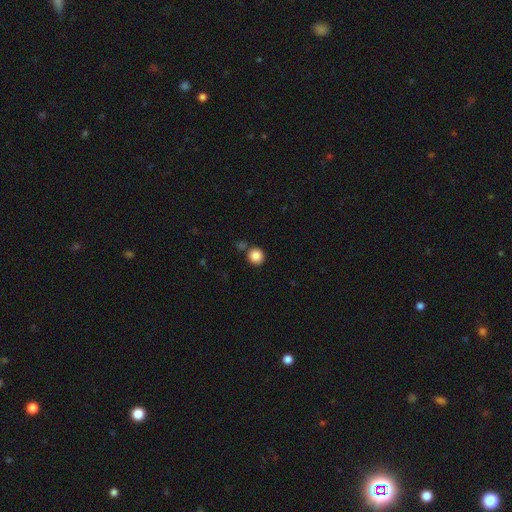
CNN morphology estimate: Smooth or featured? smooth (87%)
How rounded? round (92%)
Merging? none (77%)